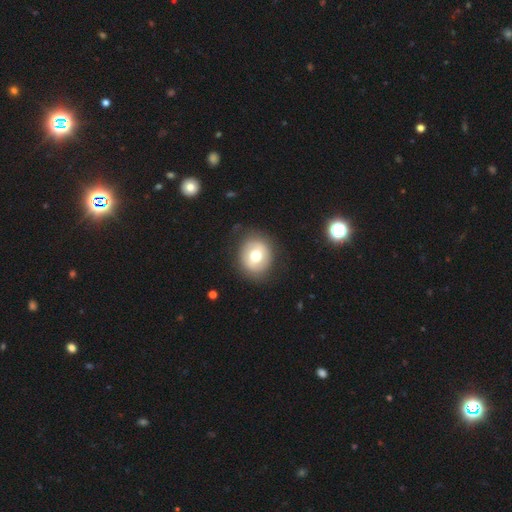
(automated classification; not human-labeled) Morphology: type=smooth (62%); roundness=round (73%); merging=none (84%).